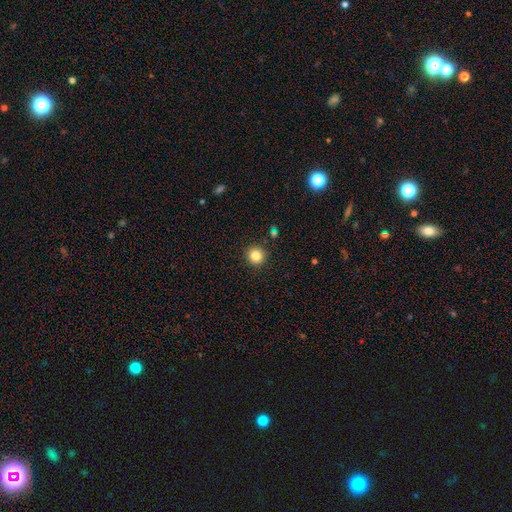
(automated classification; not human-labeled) The model was most divided on "smooth or featured": smooth: 84%, star or artifact: 11%, featured or disk: 5%. More confident: how rounded — round (94%); merging — none (91%).